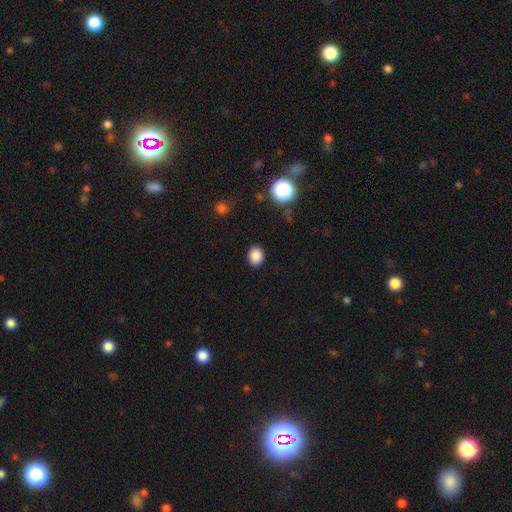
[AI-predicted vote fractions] The model was most divided on "how rounded": round: 51%, in between: 48%, cigar-shaped: 1%. More confident: merging — none (89%); smooth or featured — smooth (86%).